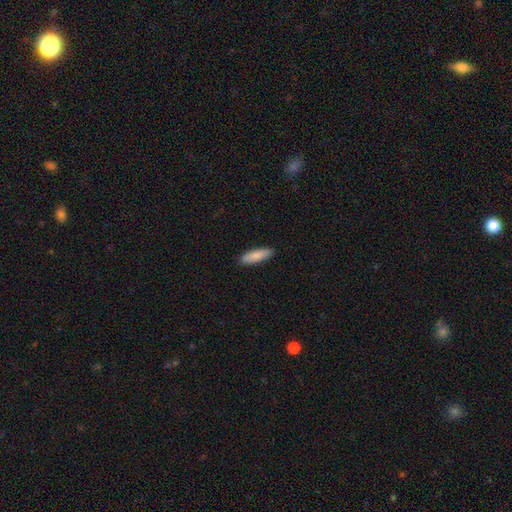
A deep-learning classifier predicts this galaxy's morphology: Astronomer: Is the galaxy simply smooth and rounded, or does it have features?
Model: smooth — 86%.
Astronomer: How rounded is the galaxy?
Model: cigar-shaped — 60% (runner-up: in between, 39%).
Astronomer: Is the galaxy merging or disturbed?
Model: none — 89%.